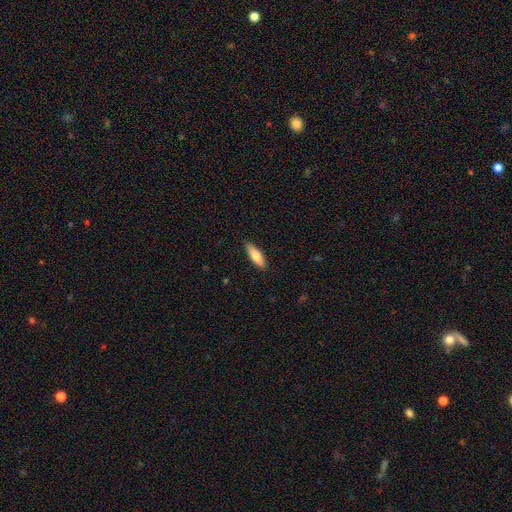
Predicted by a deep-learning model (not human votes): Morphology: type=smooth (76%); roundness=in between (53%); merging=none (87%).